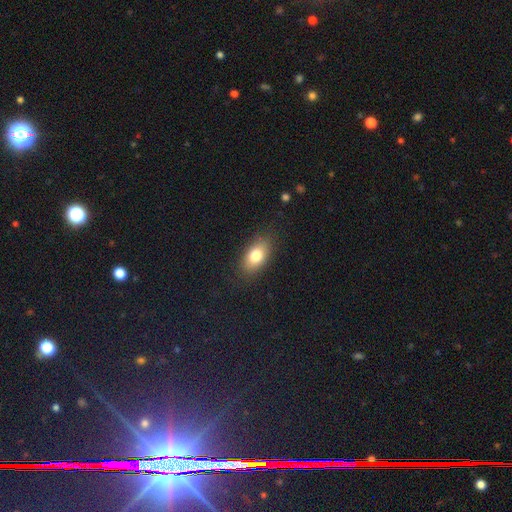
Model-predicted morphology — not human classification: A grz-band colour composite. It shows a smooth galaxy with no disk features (78%) that is in between round and cigar-shaped (87%). Merging: none (84%).